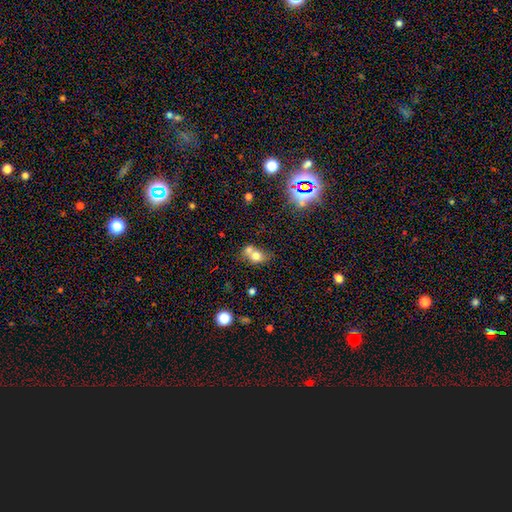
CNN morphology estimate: smooth_or_featured: smooth (p=0.71) [alt: featured or disk p=0.17]
how_rounded: round (p=0.51) [alt: in between p=0.48]
merging: merger (p=0.55) [alt: none p=0.31]